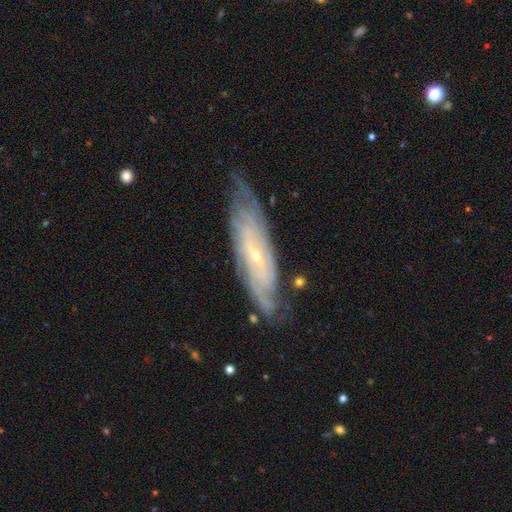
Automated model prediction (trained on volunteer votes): The model was most divided on "bar": no: 52%, weak: 35%, strong: 14%. More confident: spiral arms — yes (93%); smooth or featured — featured or disk (80%); bulge size — small (80%); edge-on disk — no (77%); merging — none (73%); spiral winding — tight (67%); spiral arm count — can't tell (52%).